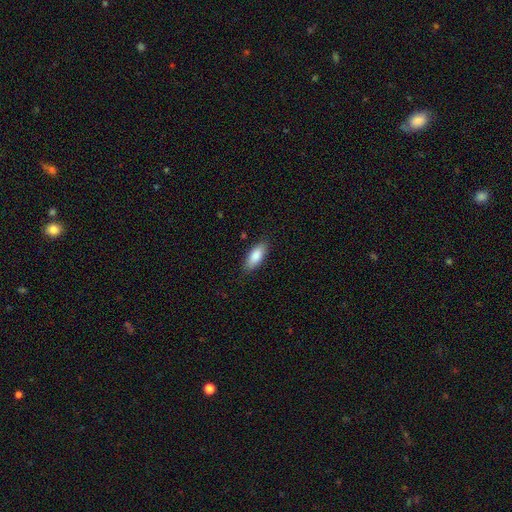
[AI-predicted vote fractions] Q: Smooth or featured?
A: smooth (84%); runner-up: featured or disk (10%)
Q: How rounded?
A: in between (79%); runner-up: cigar-shaped (19%)
Q: Merging?
A: none (86%); runner-up: minor disturbance (11%)